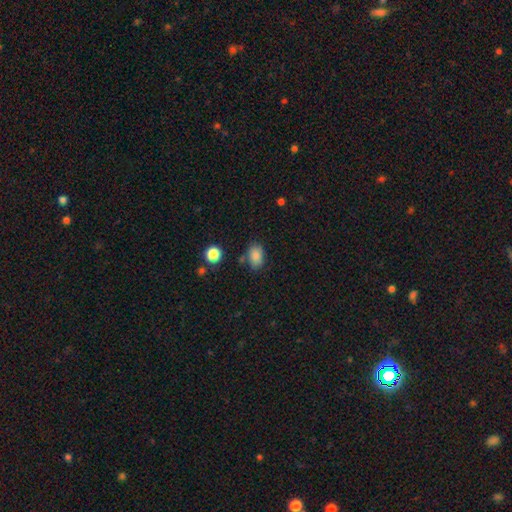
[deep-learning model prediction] Q: Smooth or featured?
A: smooth (84%); runner-up: star or artifact (10%)
Q: How rounded?
A: in between (81%); runner-up: round (18%)
Q: Merging?
A: none (71%); runner-up: minor disturbance (18%)